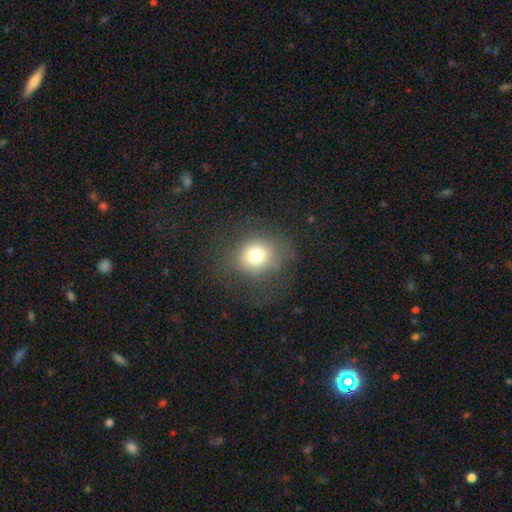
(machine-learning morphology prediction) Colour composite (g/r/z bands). It shows a smooth galaxy with no disk features (73%) that is round (77%). Merging: none (70%).